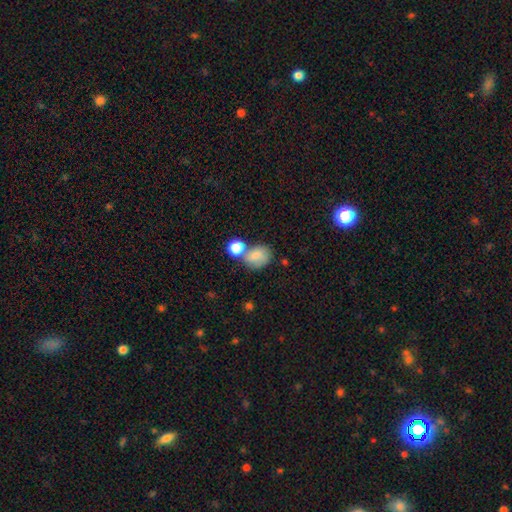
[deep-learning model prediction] Overall: smooth (74%). How rounded: in between (51%; round 48%). Merging: merger (41%; none 37%).